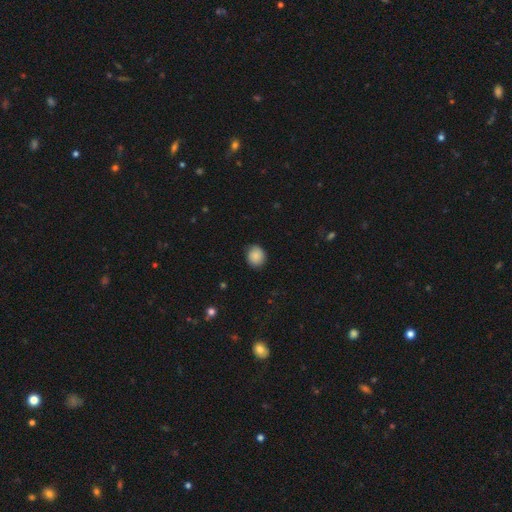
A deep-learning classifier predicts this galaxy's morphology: Overall: smooth (87%). How rounded: round (79%). Merging: none (83%).